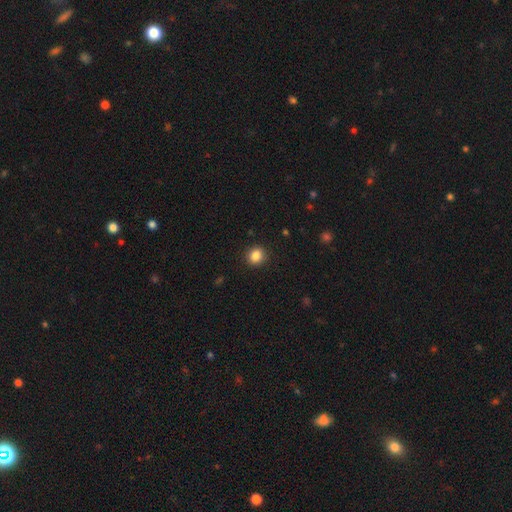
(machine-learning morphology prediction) type=smooth (86%); roundness=round (82%); merging=none (92%).